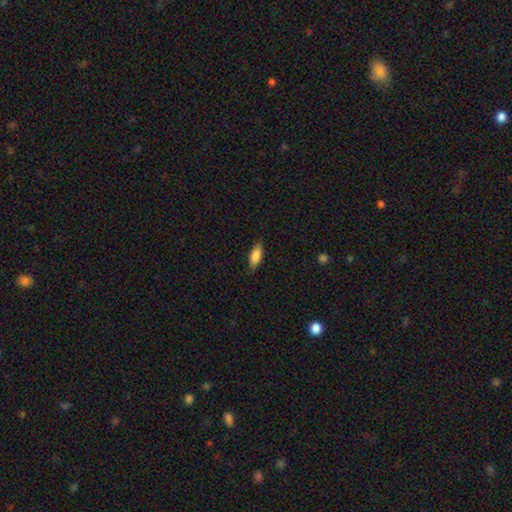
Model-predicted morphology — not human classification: smooth-or-featured: smooth: 81% | featured or disk: 12% | star or artifact: 7%
  how-rounded: in between: 73% | cigar-shaped: 25% | round: 2%
  merging: none: 81% | minor disturbance: 15% | major disturbance: 3% | merger: 1%